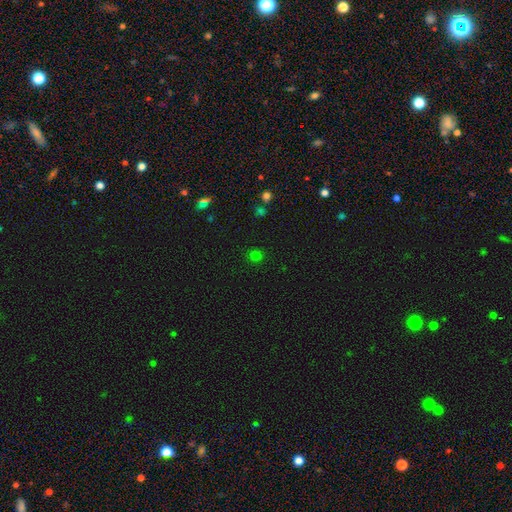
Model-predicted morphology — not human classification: Smooth or featured? smooth (73%)
How rounded? round (90%)
Merging? none (90%)